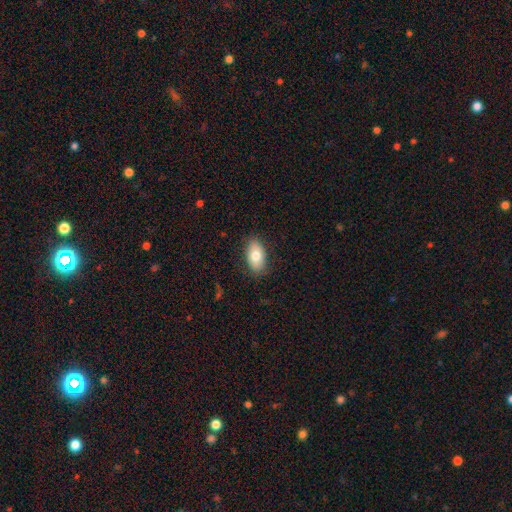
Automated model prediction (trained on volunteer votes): This is likely a smooth galaxy (78%). How rounded: clearly in between (92%). Merging: clearly none (85%).